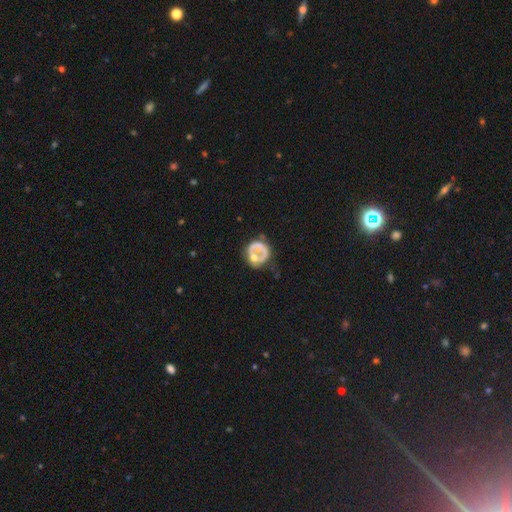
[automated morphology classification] featured or disk 47%, smooth 43%, star or artifact 10%. Down the decision tree: merging — none (50%).